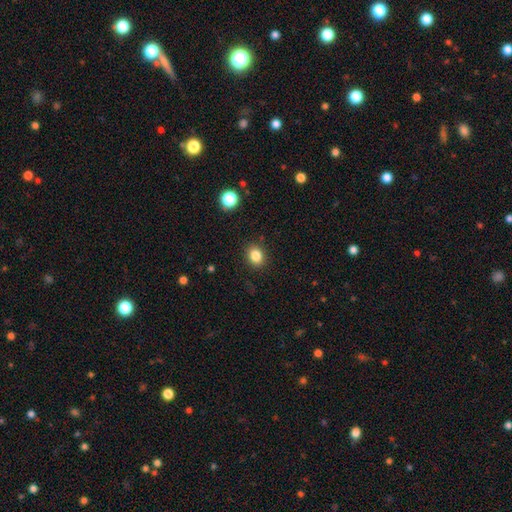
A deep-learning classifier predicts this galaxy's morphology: type=smooth (84%); roundness=round (61%); merging=none (88%).